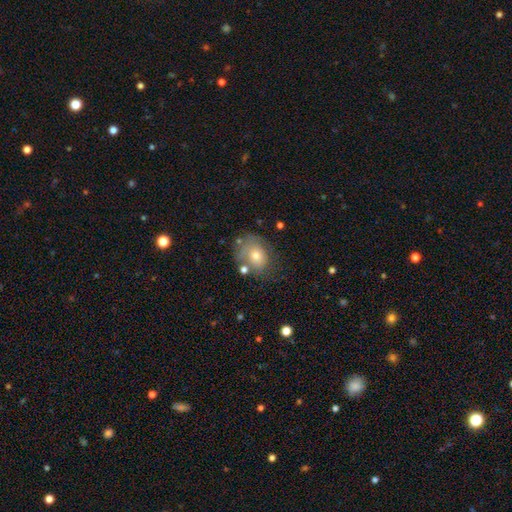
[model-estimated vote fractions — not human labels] smooth_or_featured: smooth (p=0.65) [alt: featured or disk p=0.25]
how_rounded: in between (p=0.56) [alt: round p=0.43]
merging: none (p=0.53) [alt: minor disturbance p=0.26]